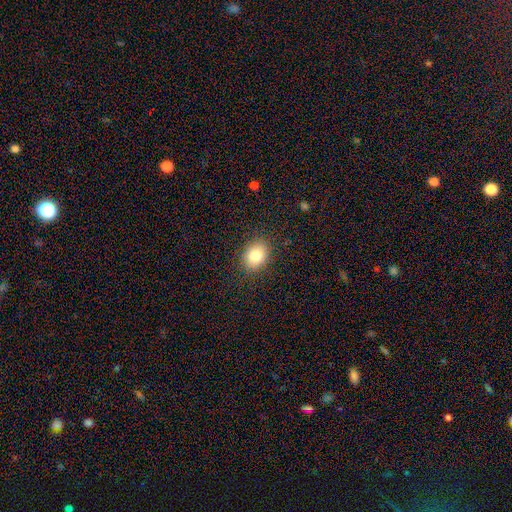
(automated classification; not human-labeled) smooth 84%, star or artifact 9%, featured or disk 7%. Down the decision tree: how rounded — in between (64%); merging — none (87%).